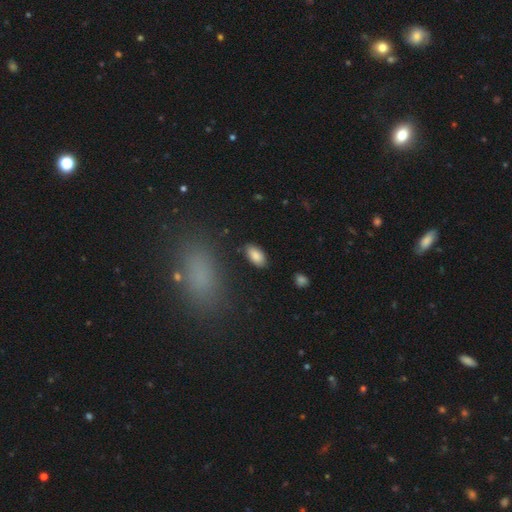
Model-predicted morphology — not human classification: smooth-or-featured: smooth: 86% | star or artifact: 7% | featured or disk: 7%
  how-rounded: in between: 94% | cigar-shaped: 3% | round: 3%
  merging: none: 84% | minor disturbance: 11% | major disturbance: 3% | merger: 2%